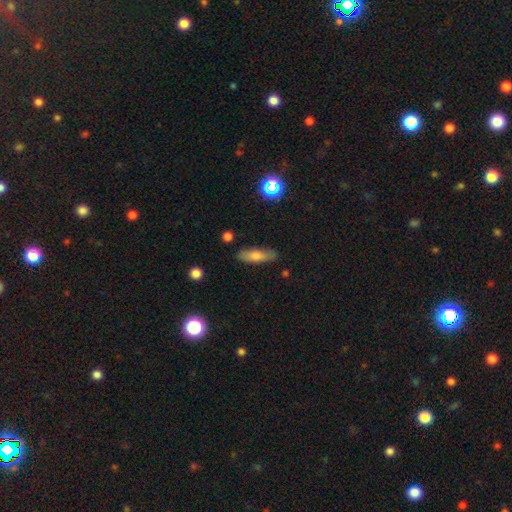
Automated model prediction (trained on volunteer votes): smooth_or_featured: smooth (p=0.67) [alt: featured or disk p=0.25]
how_rounded: cigar-shaped (p=0.55) [alt: in between p=0.42]
merging: none (p=0.84) [alt: minor disturbance p=0.12]